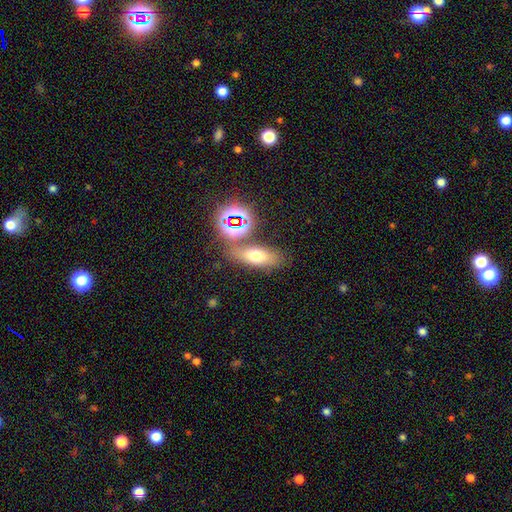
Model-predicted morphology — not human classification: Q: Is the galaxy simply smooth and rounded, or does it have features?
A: smooth — 61%.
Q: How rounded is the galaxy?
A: in between — 65%.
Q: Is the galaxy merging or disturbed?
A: none — 70%.